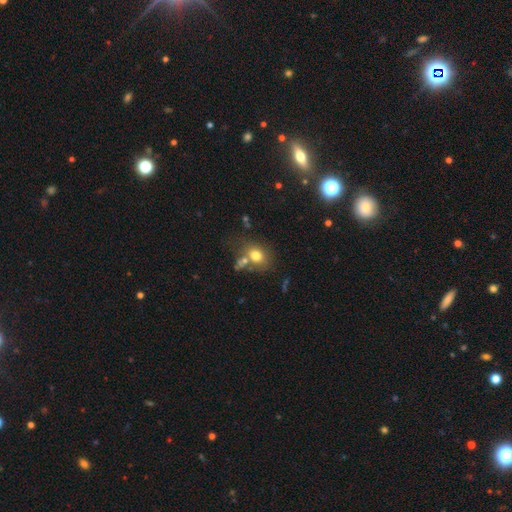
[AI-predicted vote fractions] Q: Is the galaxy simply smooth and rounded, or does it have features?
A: smooth — 75%.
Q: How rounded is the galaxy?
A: round — 50%.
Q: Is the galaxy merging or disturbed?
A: none — 53%.